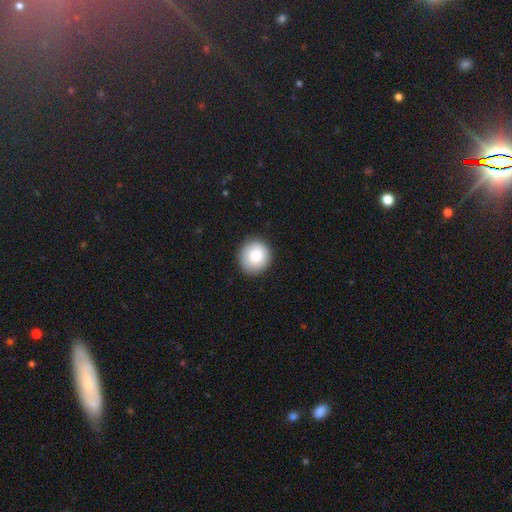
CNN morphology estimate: Overall: smooth (84%). How rounded: round (90%). Merging: none (90%).